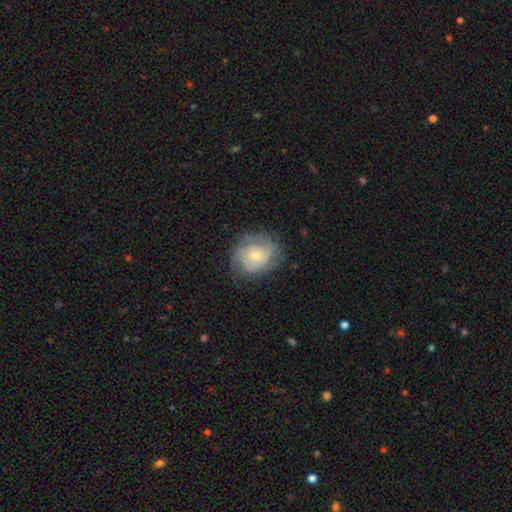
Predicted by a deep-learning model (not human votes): This appears to be a featured or disk galaxy (69%) with no bar (77%), tight (62%) spiral arms (86%) and a moderate central bulge (48%). Merging: none (69%).